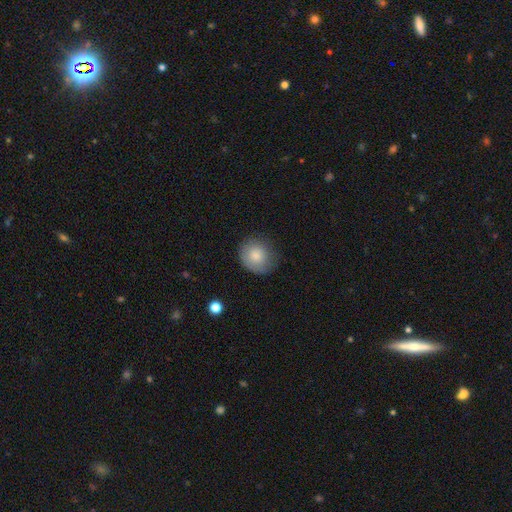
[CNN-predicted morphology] smooth_or_featured: smooth (p=0.81) [alt: featured or disk p=0.11]
how_rounded: round (p=0.79) [alt: in between p=0.20]
merging: none (p=0.71) [alt: minor disturbance p=0.22]